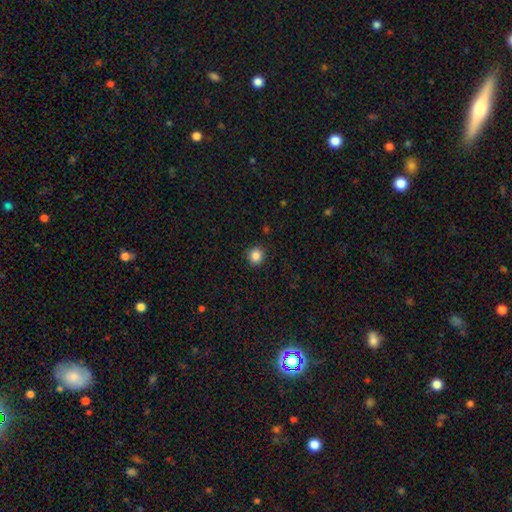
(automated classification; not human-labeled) Smooth or featured? smooth (86%)
How rounded? round (92%)
Merging? none (91%)